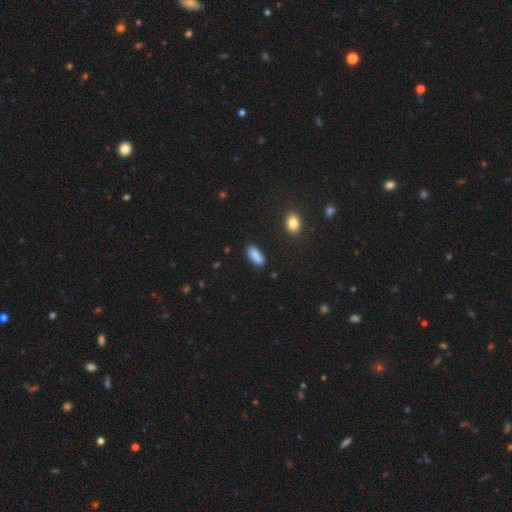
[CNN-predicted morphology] A smooth galaxy with no disk features (88%) that is in between round and cigar-shaped (79%). Merging: none (85%).